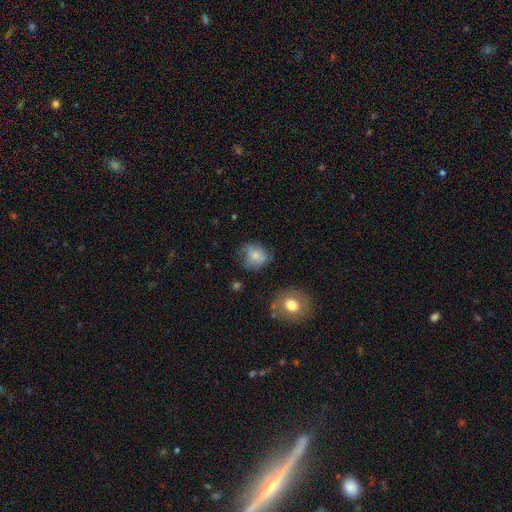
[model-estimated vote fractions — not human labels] Smooth or featured?
  - smooth: 69% *
  - featured or disk: 21%
  - star or artifact: 10%
How rounded?
  - round: 65% *
  - in between: 34%
  - cigar-shaped: 1%
Merging?
  - none: 50% *
  - minor disturbance: 30%
  - major disturbance: 17%
  - merger: 3%